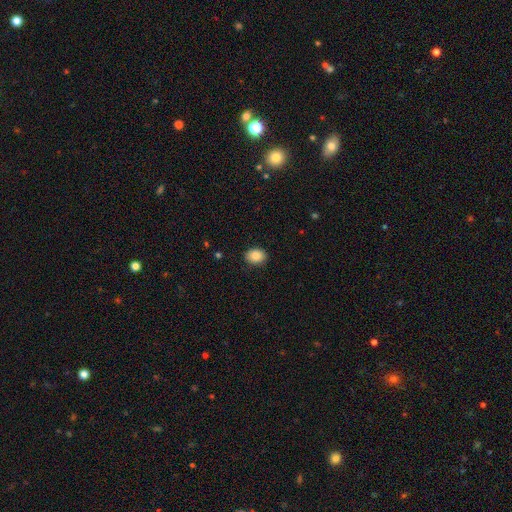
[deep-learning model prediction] Overall: smooth (87%). How rounded: in between (60%; round 39%). Merging: none (89%).